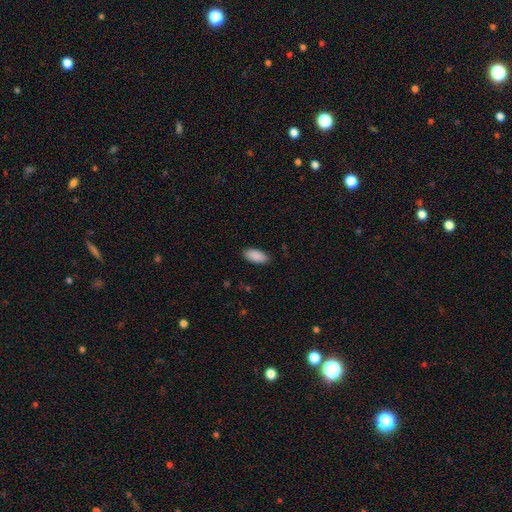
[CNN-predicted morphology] smooth_or_featured: smooth (p=0.91) [alt: star or artifact p=0.06]
how_rounded: in between (p=0.92) [alt: cigar-shaped p=0.07]
merging: none (p=0.88) [alt: minor disturbance p=0.09]